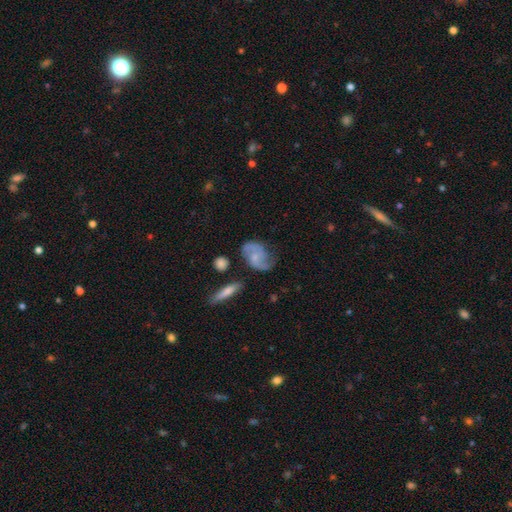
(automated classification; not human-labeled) This appears to be a featured or disk galaxy (75%) with no bar (61%), 2 (87%) medium (46%) spiral arms (93%) and a small central bulge (54%). Merging: none (63%).